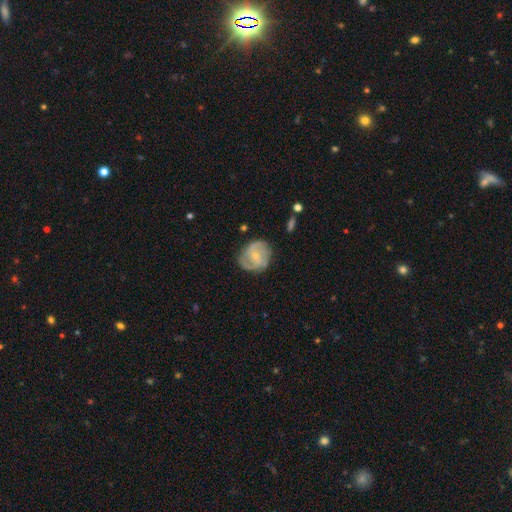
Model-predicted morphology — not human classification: A featured or disk galaxy (73%) with no bar (46%), 2 (58%) medium (47%) spiral arms (89%) and a small central bulge (68%).

Vote fractions:
- Smooth or featured? featured or disk: 73% / smooth: 22% / star or artifact: 6%
- Edge-on disk? no: 98% / yes: 2%
- Bar? no: 46% / weak: 44% / strong: 10%
- Spiral arms? yes: 89% / no: 11%
- Spiral winding? medium: 47% / tight: 32% / loose: 21%
- Spiral arm count? 2: 58% / can't tell: 18% / 3: 14% / 1: 3% / 4: 3% / more than 4: 3%
- Bulge size? small: 68% / moderate: 27% / none: 3% / large: 1% / dominant: 1%
- Merging? none: 70% / minor disturbance: 21% / major disturbance: 7% / merger: 2%